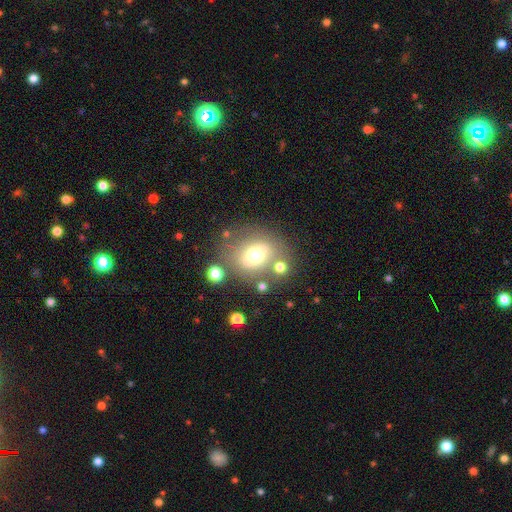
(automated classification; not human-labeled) This is possibly a smooth galaxy (58%). How rounded: likely round (64%). Merging: likely none (64%).